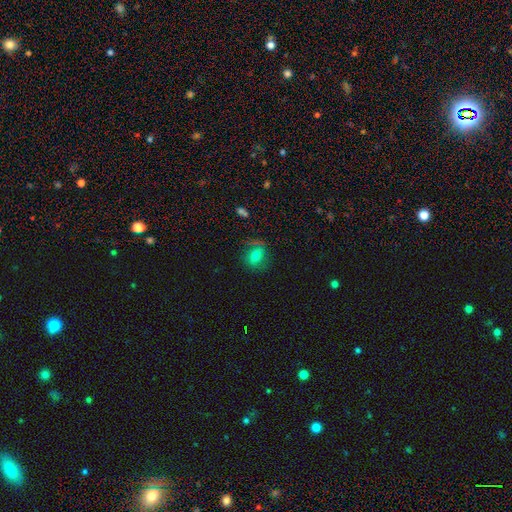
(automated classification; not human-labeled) This appears to be a smooth galaxy with no disk features (66%) that is in between round and cigar-shaped (49%, tied with round). Merging: none (69%).